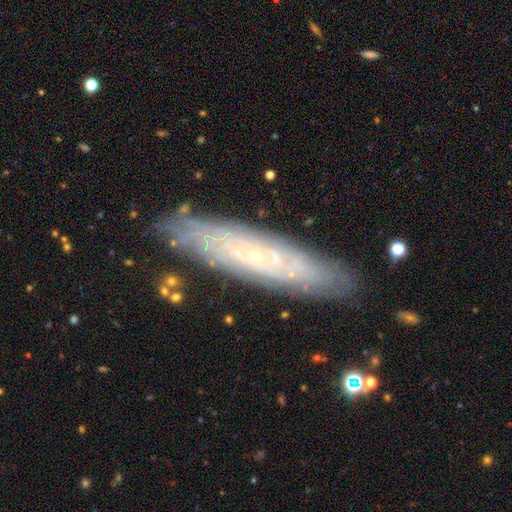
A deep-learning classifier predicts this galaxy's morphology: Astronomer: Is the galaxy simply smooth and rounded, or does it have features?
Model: featured or disk — 76%.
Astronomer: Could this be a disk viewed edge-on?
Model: no — 69%.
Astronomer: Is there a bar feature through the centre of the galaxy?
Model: no — 80%.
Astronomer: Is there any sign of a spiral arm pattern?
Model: yes — 84%.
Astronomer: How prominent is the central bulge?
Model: small — 88%.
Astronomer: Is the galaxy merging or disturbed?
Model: none — 85%.